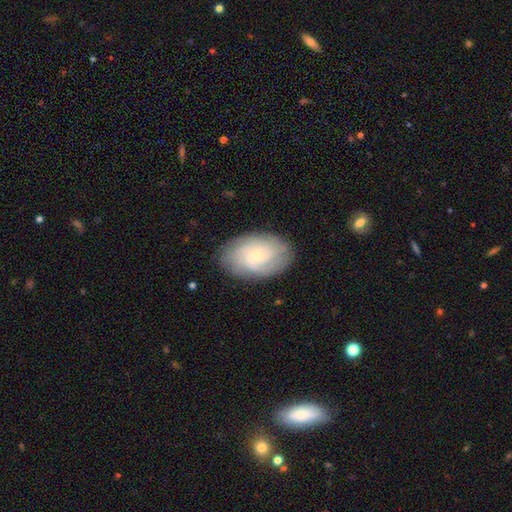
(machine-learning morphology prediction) Q: Smooth or featured?
A: featured or disk (67%); runner-up: smooth (25%)
Q: Edge-on disk?
A: no (97%); runner-up: yes (3%)
Q: Bar?
A: no (73%); runner-up: weak (24%)
Q: Spiral arms?
A: yes (93%); runner-up: no (7%)
Q: Spiral winding?
A: tight (66%); runner-up: medium (27%)
Q: Spiral arm count?
A: can't tell (42%); runner-up: 3 (17%)
Q: Bulge size?
A: small (83%); runner-up: moderate (11%)
Q: Merging?
A: none (82%); runner-up: minor disturbance (13%)